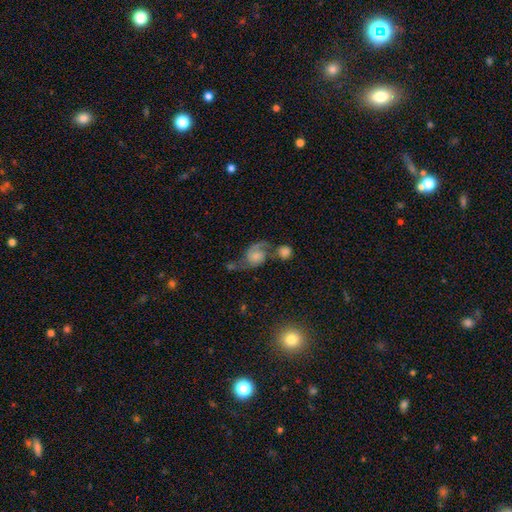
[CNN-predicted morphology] This is likely a featured or disk galaxy (74%). It is clearly not viewed edge-on (97%). Bar: likely no (68%). Spiral arm pattern: clearly yes (94%). Spiral arm count: clearly 2 (87%). Spiral winding: marginally medium (44%). Central bulge: marginally moderate (33%). Merging: marginally none (44%).